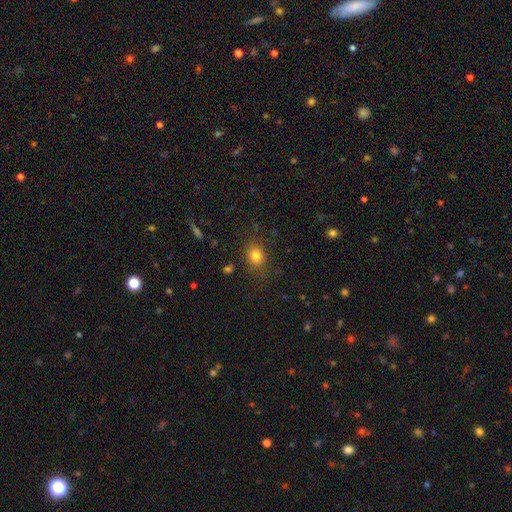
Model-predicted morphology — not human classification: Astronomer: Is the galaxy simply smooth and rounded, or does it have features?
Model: smooth — 80%.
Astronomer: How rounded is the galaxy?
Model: round — 52% (runner-up: in between, 47%).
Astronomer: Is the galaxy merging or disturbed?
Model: none — 79%.